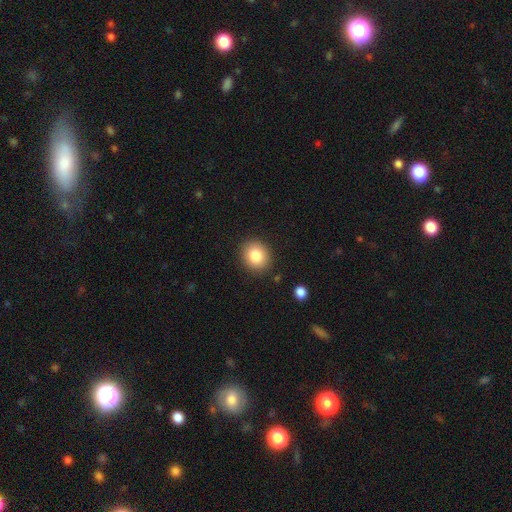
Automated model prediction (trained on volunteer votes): A smooth galaxy with no disk features (83%) that is round (72%).

Vote fractions:
- Smooth or featured? smooth: 83% / star or artifact: 9% / featured or disk: 8%
- How rounded? round: 72% / in between: 28% / cigar-shaped: 1%
- Merging? none: 88% / minor disturbance: 8% / major disturbance: 2% / merger: 2%